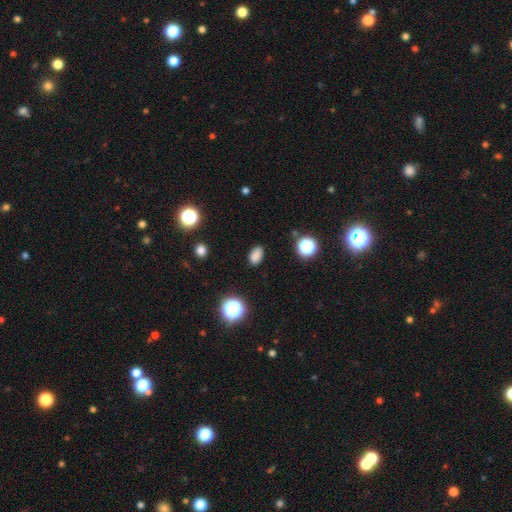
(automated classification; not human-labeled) A smooth galaxy with no disk features (83%) that is in between round and cigar-shaped (85%).

Vote fractions:
- Smooth or featured? smooth: 83% / star or artifact: 13% / featured or disk: 4%
- How rounded? in between: 85% / round: 13% / cigar-shaped: 2%
- Merging? none: 87% / minor disturbance: 9% / major disturbance: 3% / merger: 1%